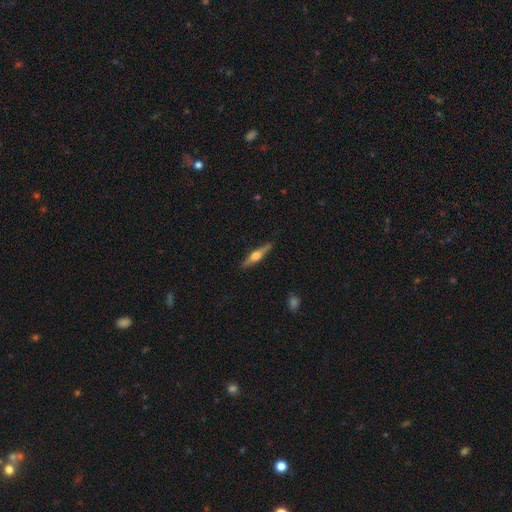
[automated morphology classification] featured or disk 72%, smooth 23%, star or artifact 6%. Down the decision tree: edge-on disk — yes (98%); edge-on bulge — rounded (92%); merging — none (90%).